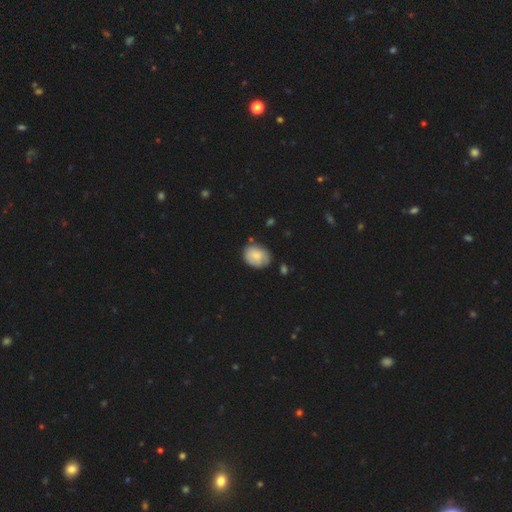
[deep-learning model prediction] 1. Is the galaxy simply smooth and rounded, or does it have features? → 78% smooth, 15% featured or disk, 7% star or artifact.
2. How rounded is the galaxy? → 58% in between, 41% round, 1% cigar-shaped.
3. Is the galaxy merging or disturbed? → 65% none, 27% minor disturbance, 5% major disturbance, 4% merger.